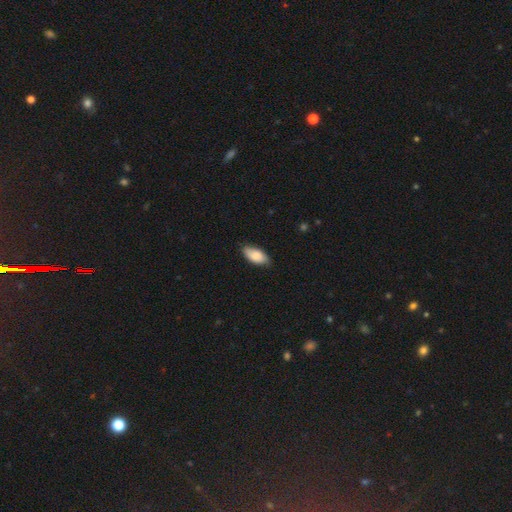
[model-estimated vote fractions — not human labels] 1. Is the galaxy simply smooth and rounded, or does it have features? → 82% smooth, 12% featured or disk, 6% star or artifact.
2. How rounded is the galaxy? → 92% in between, 6% cigar-shaped, 2% round.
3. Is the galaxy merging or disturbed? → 80% none, 16% minor disturbance, 2% major disturbance, 1% merger.